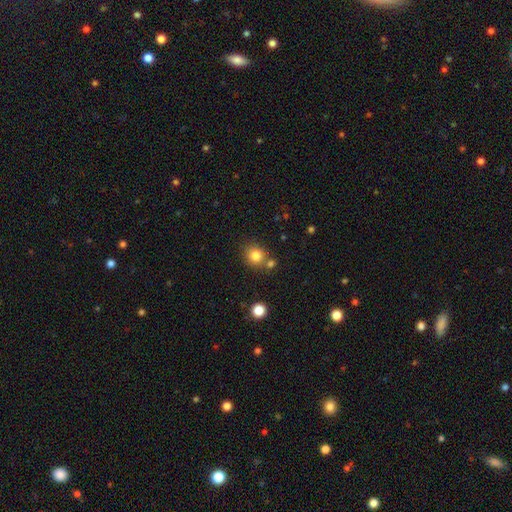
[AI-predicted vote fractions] Smooth or featured? Predicted: smooth (p=0.82). How rounded? Predicted: round (p=0.84). Merging? Predicted: none (p=0.69).